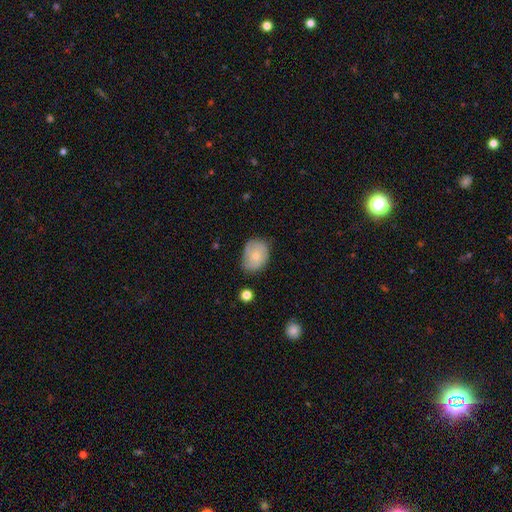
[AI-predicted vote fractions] A smooth galaxy with no disk features (61%) that is in between round and cigar-shaped (59%).

Vote fractions:
- Smooth or featured? smooth: 61% / featured or disk: 31% / star or artifact: 7%
- How rounded? in between: 59% / round: 40% / cigar-shaped: 1%
- Merging? none: 63% / minor disturbance: 29% / major disturbance: 7% / merger: 2%